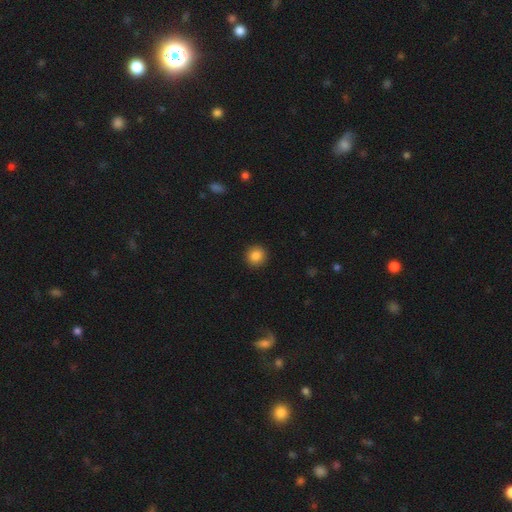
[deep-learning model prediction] Smooth or featured? Predicted: smooth (p=0.86). How rounded? Predicted: round (p=0.93). Merging? Predicted: none (p=0.92).